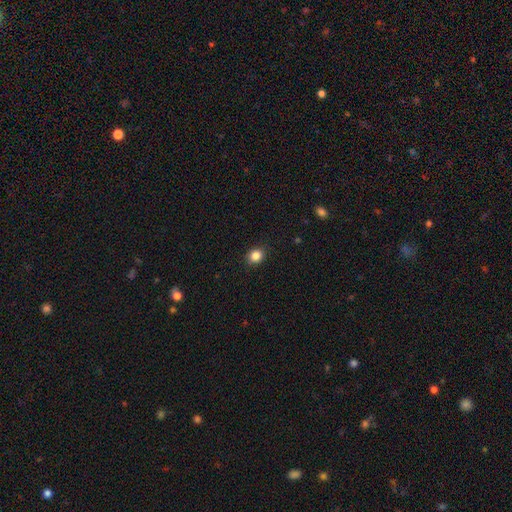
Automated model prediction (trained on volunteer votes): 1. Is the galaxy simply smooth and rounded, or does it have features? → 85% smooth, 11% star or artifact, 4% featured or disk.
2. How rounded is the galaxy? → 59% round, 40% in between, 1% cigar-shaped.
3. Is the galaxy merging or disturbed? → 89% none, 8% minor disturbance, 2% major disturbance, 1% merger.